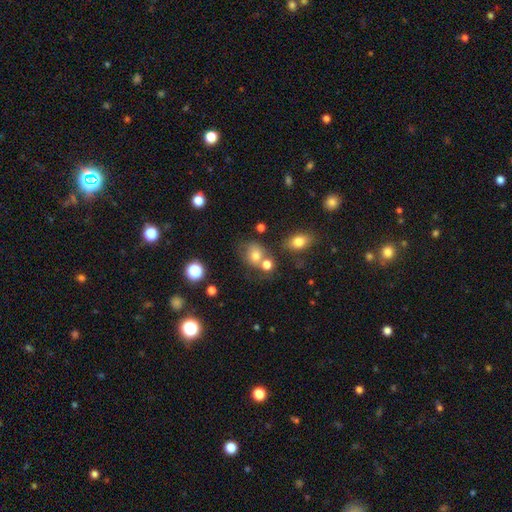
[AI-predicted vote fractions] smooth_or_featured: smooth (p=0.72) [alt: star or artifact p=0.15]
how_rounded: round (p=0.62) [alt: in between p=0.37]
merging: none (p=0.49) [alt: merger p=0.26]